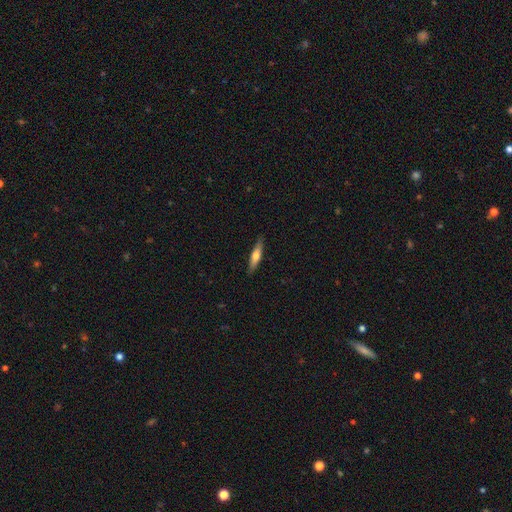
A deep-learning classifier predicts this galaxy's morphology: Smooth or featured? Predicted: smooth (p=0.53). How rounded? Predicted: cigar-shaped (p=0.81). Merging? Predicted: none (p=0.88).